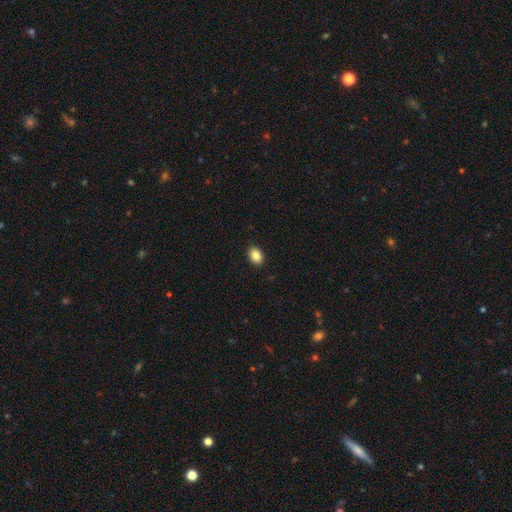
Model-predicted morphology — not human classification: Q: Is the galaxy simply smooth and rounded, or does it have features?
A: smooth — 86%.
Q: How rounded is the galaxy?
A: in between — 77%.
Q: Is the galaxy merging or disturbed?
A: none — 91%.